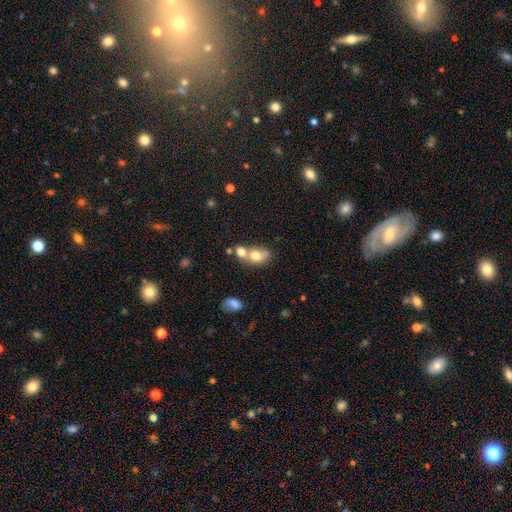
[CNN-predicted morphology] Q: Smooth or featured?
A: smooth (72%); runner-up: featured or disk (18%)
Q: How rounded?
A: in between (59%); runner-up: round (39%)
Q: Merging?
A: merger (63%); runner-up: none (22%)